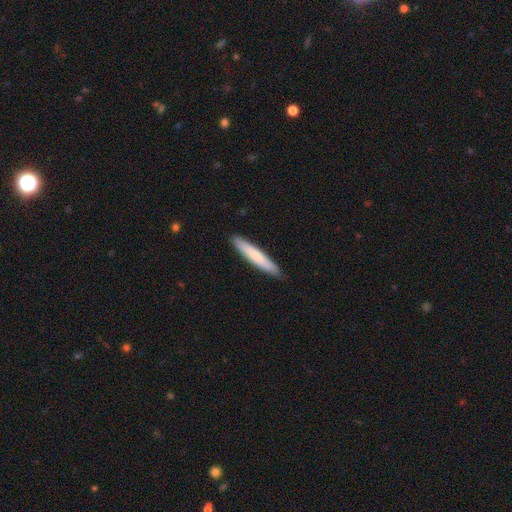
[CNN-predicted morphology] This is likely a smooth galaxy (75%). How rounded: clearly cigar-shaped (92%). Merging: clearly none (89%).